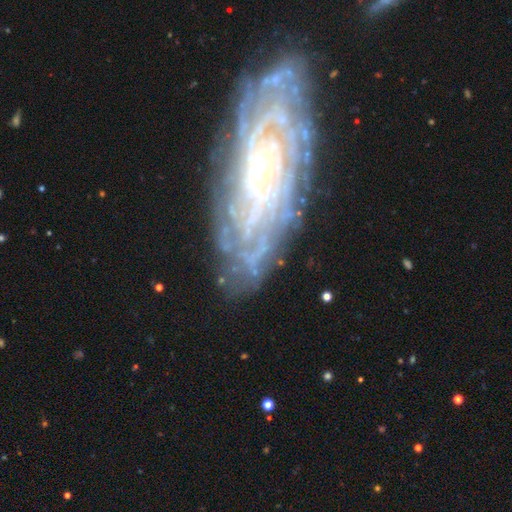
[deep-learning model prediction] This appears to be a featured or disk galaxy (74%) with no bar (72%), tight (68%) spiral arms (78%) and a small central bulge (62%). Merging: none (63%).